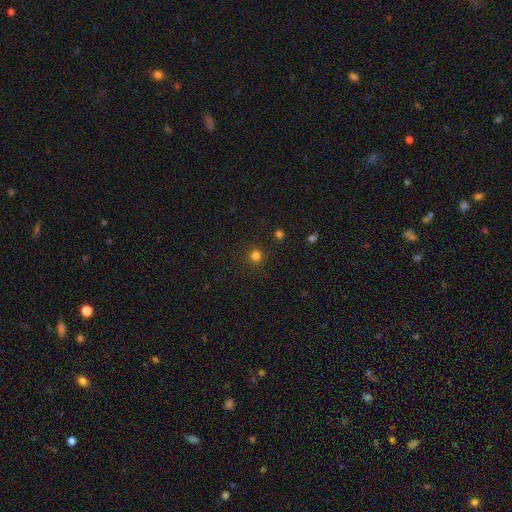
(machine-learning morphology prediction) This is likely a smooth galaxy (79%). How rounded: clearly round (94%). Merging: clearly none (90%).